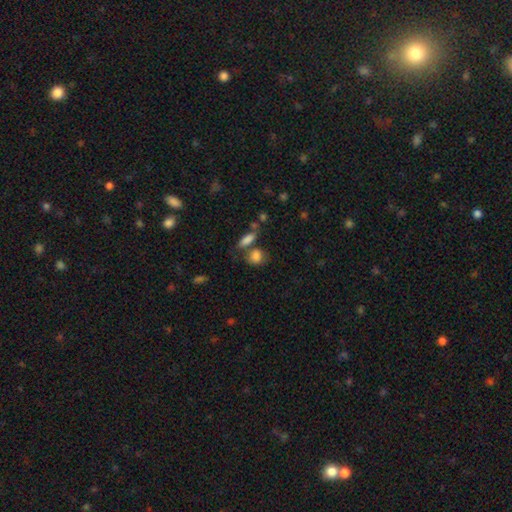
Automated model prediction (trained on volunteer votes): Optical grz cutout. It shows a smooth galaxy with no disk features (84%) that is in between round and cigar-shaped (49%). Merging: none (51%).